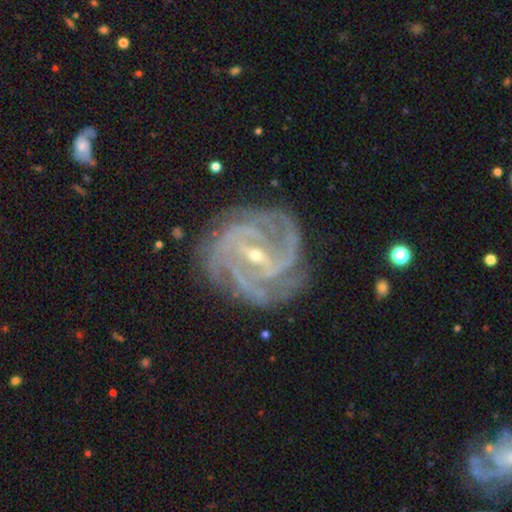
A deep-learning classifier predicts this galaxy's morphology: smooth_or_featured: featured or disk (p=0.92) [alt: star or artifact p=0.05]
disk_edge_on: no (p=0.97) [alt: yes p=0.03]
bar: strong (p=0.46) [alt: weak p=0.40]
has_spiral_arms: yes (p=0.98) [alt: no p=0.02]
spiral_winding: tight (p=0.65) [alt: medium p=0.30]
spiral_arm_count: 4 (p=0.30) [alt: 3 p=0.25]
bulge_size: small (p=0.66) [alt: moderate p=0.31]
merging: none (p=0.75) [alt: minor disturbance p=0.16]